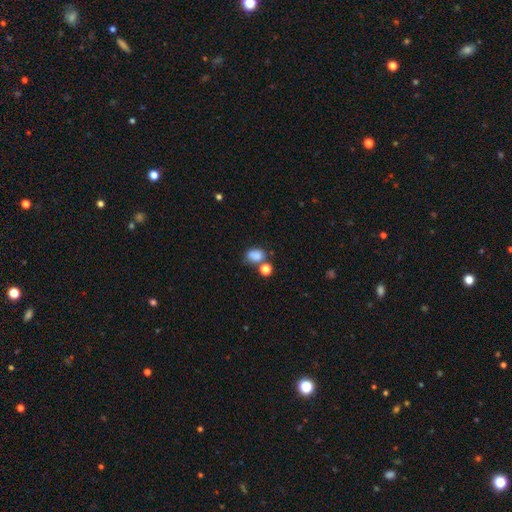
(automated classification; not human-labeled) Morphology: type=smooth (82%); roundness=in between (68%); merging=none (51%).